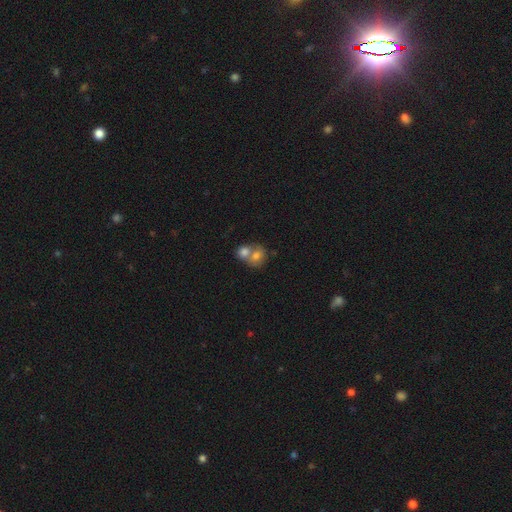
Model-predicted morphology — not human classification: Smooth or featured?
  - smooth: 75% *
  - featured or disk: 16%
  - star or artifact: 9%
How rounded?
  - round: 63% *
  - in between: 36%
  - cigar-shaped: 1%
Merging?
  - merger: 67% *
  - none: 24%
  - minor disturbance: 6%
  - major disturbance: 3%